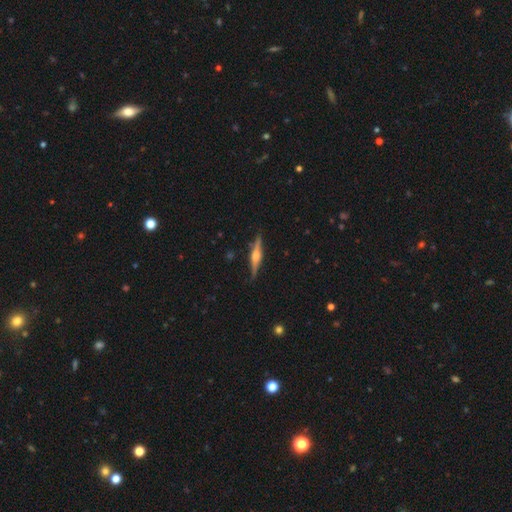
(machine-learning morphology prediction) smooth_or_featured: featured or disk (p=0.75) [alt: smooth p=0.19]
disk_edge_on: yes (p=0.98) [alt: no p=0.02]
edge_on_bulge: rounded (p=0.86) [alt: boxy p=0.10]
merging: none (p=0.88) [alt: minor disturbance p=0.09]